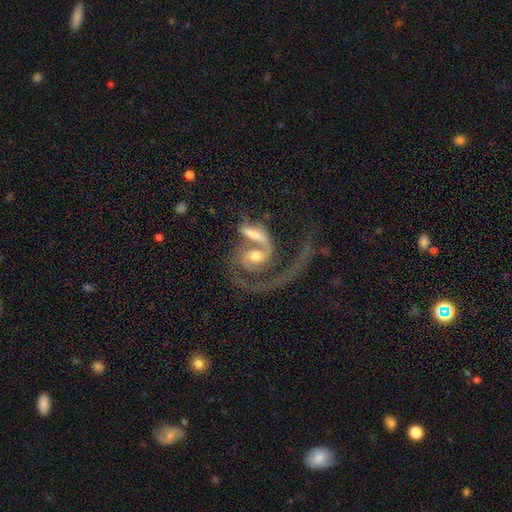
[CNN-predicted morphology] This appears to be a featured or disk galaxy (81%) with no bar (41%), 1 (64%) loose (40%) spiral arms (92%) and a moderate central bulge (56%). Merging: merger (49%).